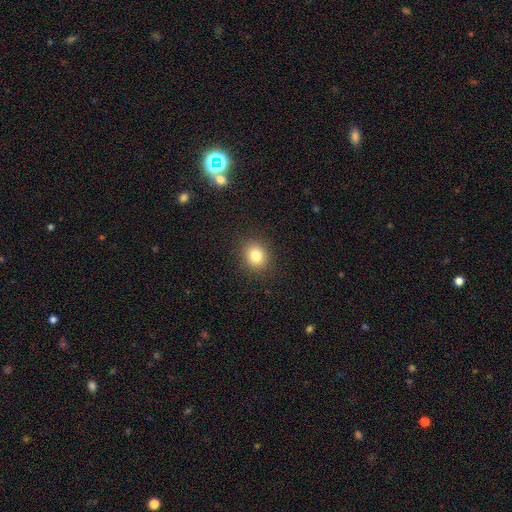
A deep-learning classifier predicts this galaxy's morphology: Overall: smooth (81%). How rounded: round (71%). Merging: none (90%).